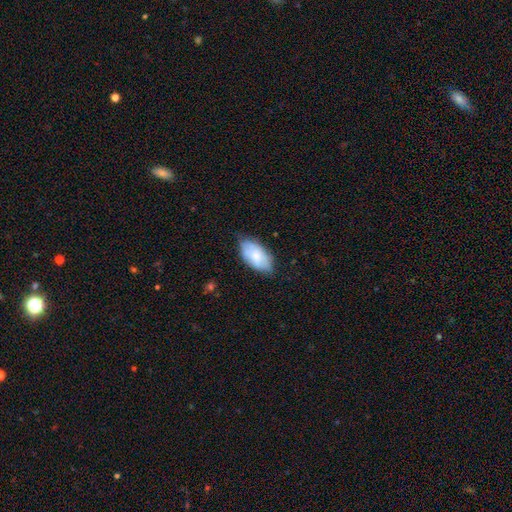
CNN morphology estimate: This appears to be a smooth galaxy with no disk features (69%) that is in between round and cigar-shaped (95%). Merging: none (68%).